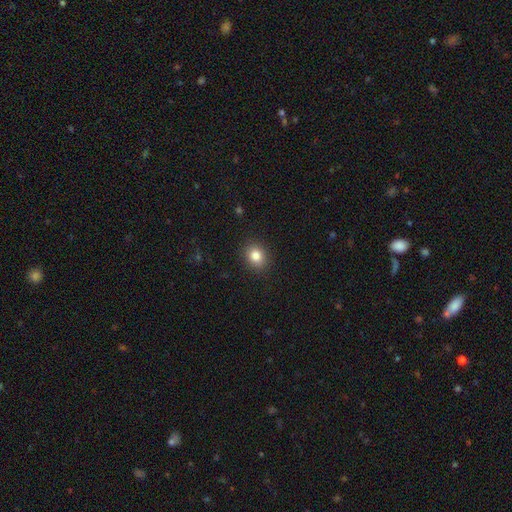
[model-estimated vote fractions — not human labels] The model was most divided on "how rounded": round: 56%, in between: 43%, cigar-shaped: 1%. More confident: merging — none (89%); smooth or featured — smooth (84%).